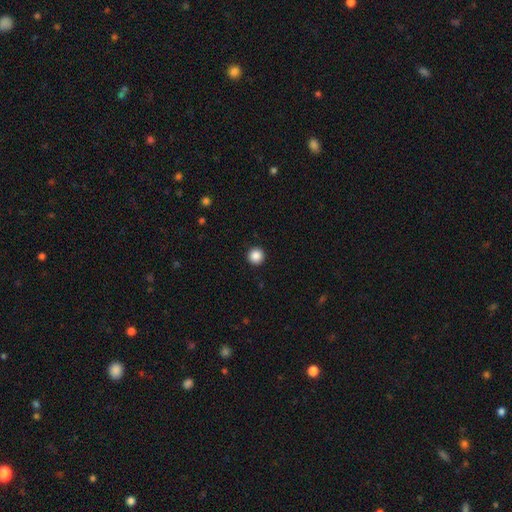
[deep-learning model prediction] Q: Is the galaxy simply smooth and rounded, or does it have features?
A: smooth — 87%.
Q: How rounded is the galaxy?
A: round — 96%.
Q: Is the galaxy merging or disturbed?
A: none — 93%.